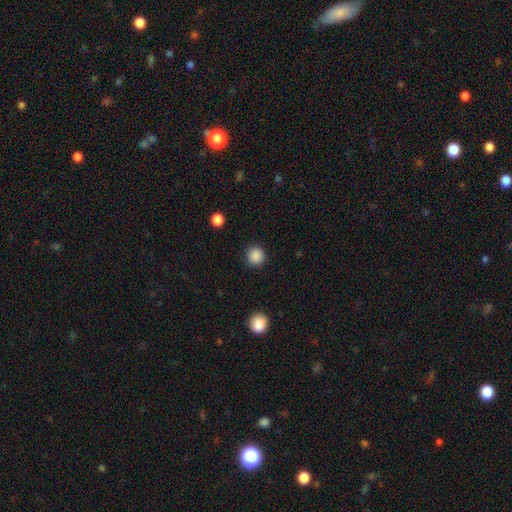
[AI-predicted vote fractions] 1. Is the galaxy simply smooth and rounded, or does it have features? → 88% smooth, 9% star or artifact, 3% featured or disk.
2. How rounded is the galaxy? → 94% round, 5% in between, 1% cigar-shaped.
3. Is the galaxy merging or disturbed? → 91% none, 5% minor disturbance, 2% major disturbance, 1% merger.